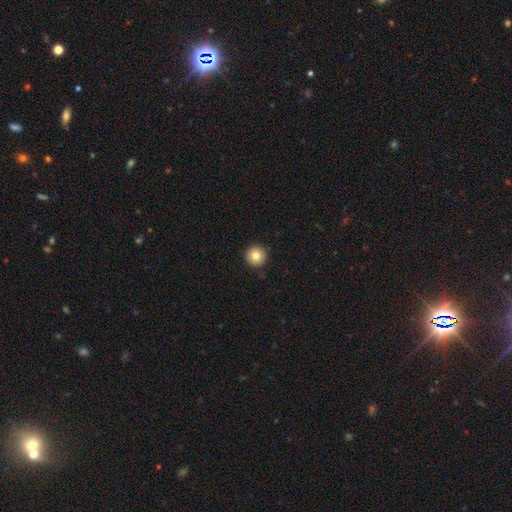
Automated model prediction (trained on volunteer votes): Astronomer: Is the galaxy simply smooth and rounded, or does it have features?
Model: smooth — 82%.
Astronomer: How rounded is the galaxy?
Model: round — 96%.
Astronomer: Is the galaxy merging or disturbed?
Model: none — 92%.